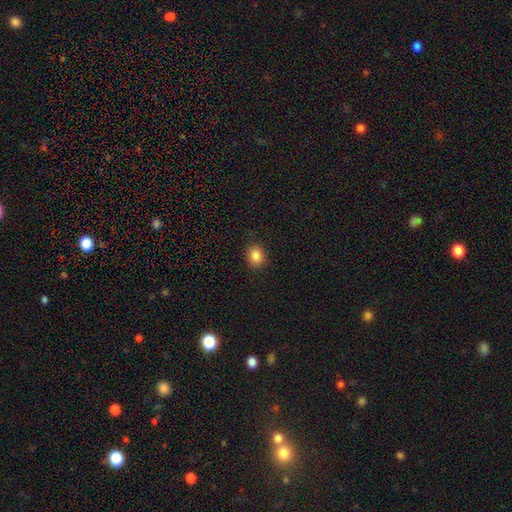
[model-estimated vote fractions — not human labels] Smooth or featured? smooth (86%)
How rounded? in between (51%)
Merging? none (89%)